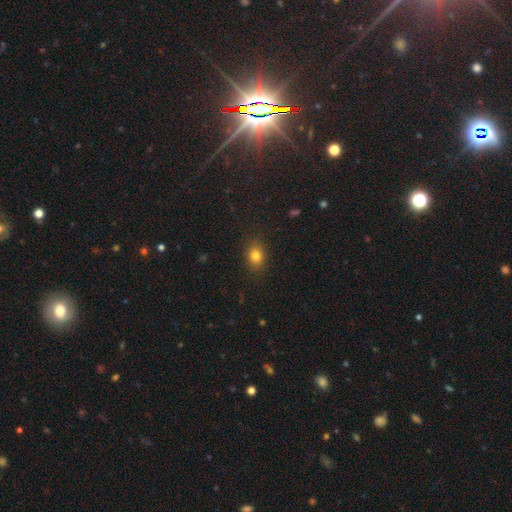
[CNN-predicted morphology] smooth-or-featured: smooth: 81% | star or artifact: 12% | featured or disk: 7%
  how-rounded: in between: 55% | round: 44% | cigar-shaped: 1%
  merging: none: 87% | minor disturbance: 10% | major disturbance: 3% | merger: 1%